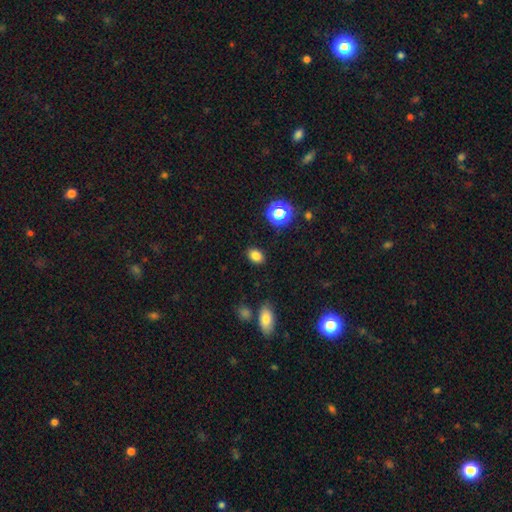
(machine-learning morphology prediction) This is clearly a smooth galaxy (82%). How rounded: likely in between (75%). Merging: clearly none (87%).